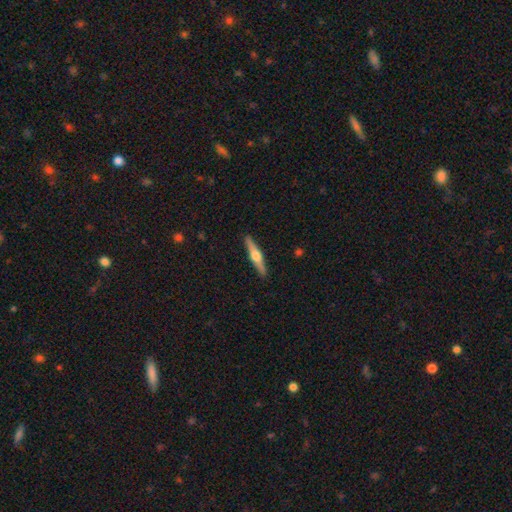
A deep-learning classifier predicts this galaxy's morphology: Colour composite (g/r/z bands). It shows a featured or disk galaxy (68%) viewed edge-on (98%) with a rounded central bulge (94%). Merging: none (91%).